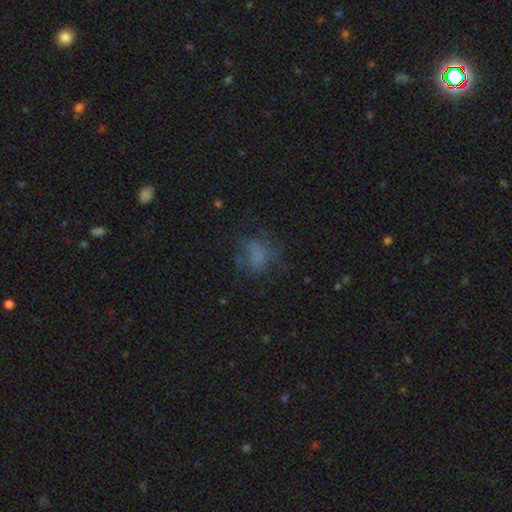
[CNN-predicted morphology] This is possibly a smooth galaxy (57%). How rounded: possibly round (52%). Merging: possibly none (54%).